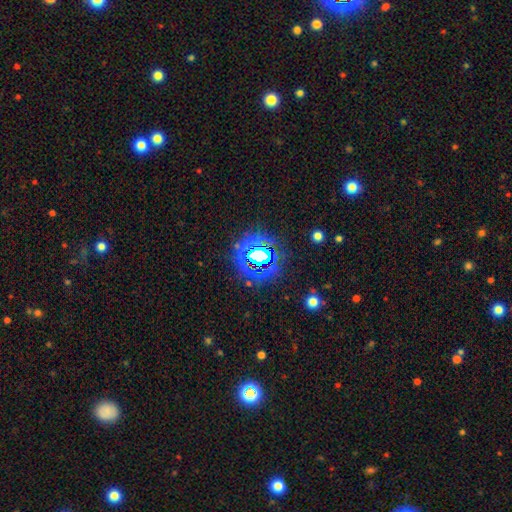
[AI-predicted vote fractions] Smooth or featured? Predicted: star or artifact (p=0.79).